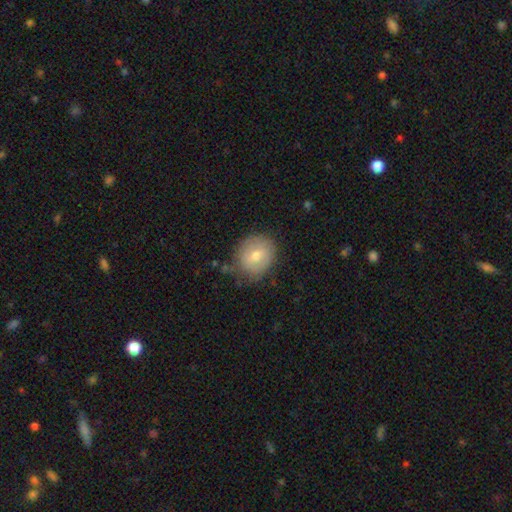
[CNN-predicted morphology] type=smooth (68%); roundness=round (72%); merging=none (74%).